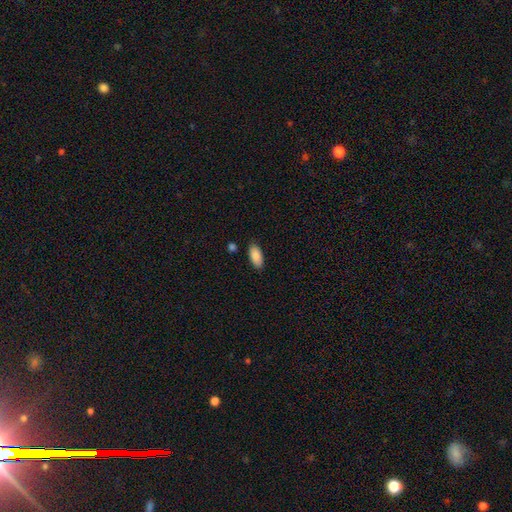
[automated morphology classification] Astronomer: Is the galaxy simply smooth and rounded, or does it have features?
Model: smooth — 89%.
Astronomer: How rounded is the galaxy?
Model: in between — 89%.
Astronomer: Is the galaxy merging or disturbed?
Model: none — 85%.